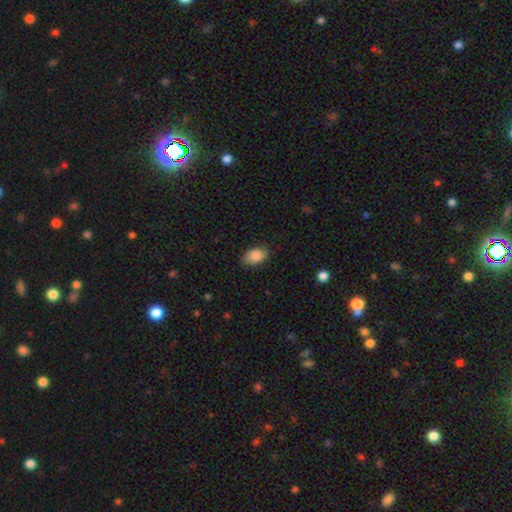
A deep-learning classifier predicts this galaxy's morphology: Smooth or featured? Predicted: smooth (p=0.87). How rounded? Predicted: in between (p=0.89). Merging? Predicted: none (p=0.79).